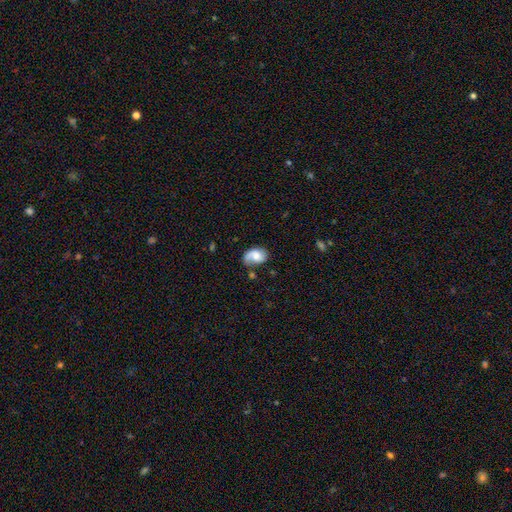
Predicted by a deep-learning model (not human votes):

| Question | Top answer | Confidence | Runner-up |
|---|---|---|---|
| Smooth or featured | featured or disk | 49% | smooth (43%) |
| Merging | none | 47% | minor disturbance (28%) |